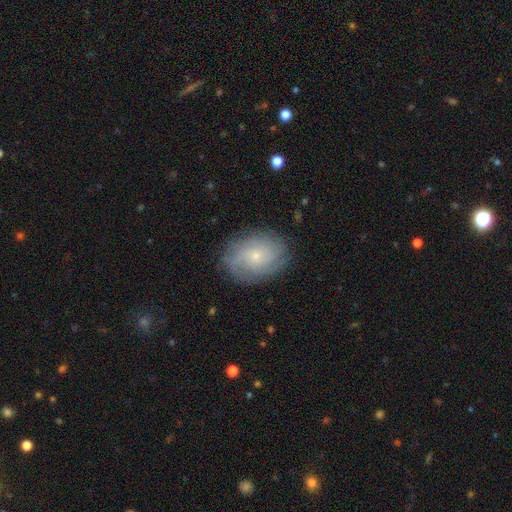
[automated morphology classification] This is likely a featured or disk galaxy (67%). It is clearly not viewed edge-on (97%). Bar: likely no (79%). Spiral arm pattern: clearly yes (91%). Spiral arm count: marginally can't tell (43%). Spiral winding: likely tight (61%). Central bulge: likely small (78%). Merging: clearly none (80%).